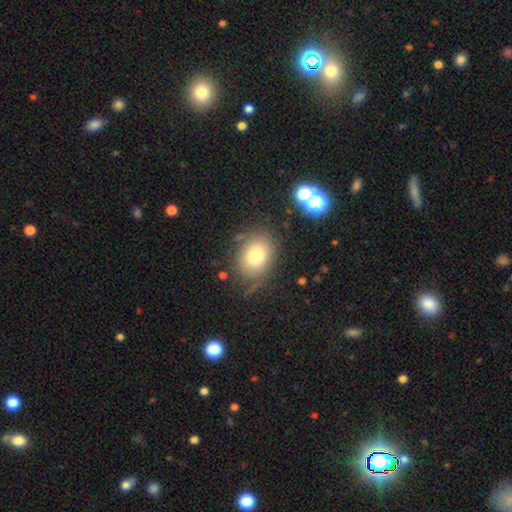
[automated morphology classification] This is likely a smooth galaxy (75%). How rounded: likely in between (64%). Merging: likely none (72%).